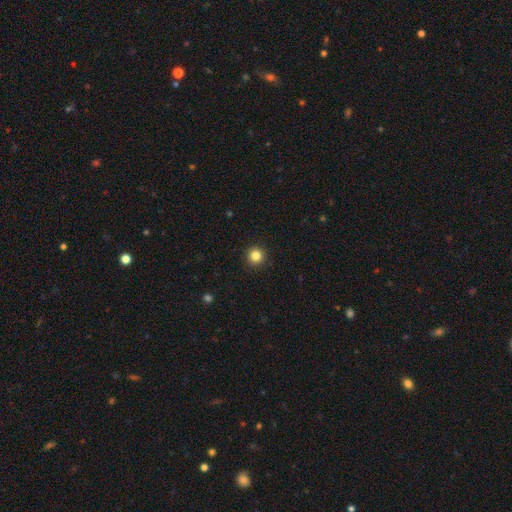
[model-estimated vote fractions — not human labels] smooth_or_featured: smooth (p=0.84) [alt: star or artifact p=0.12]
how_rounded: round (p=0.96) [alt: in between p=0.03]
merging: none (p=0.93) [alt: minor disturbance p=0.04]